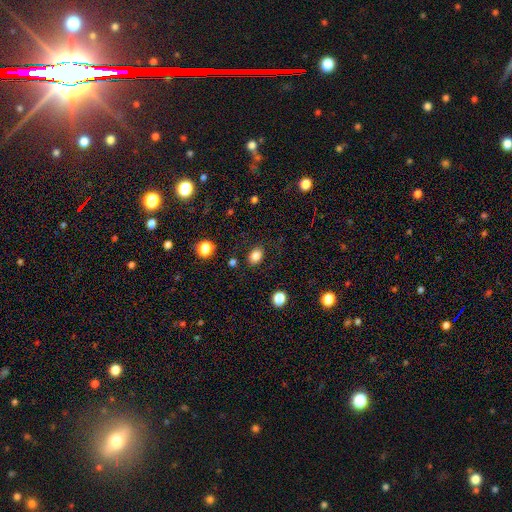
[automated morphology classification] Overall: smooth (83%). How rounded: in between (60%; round 39%). Merging: none (83%).